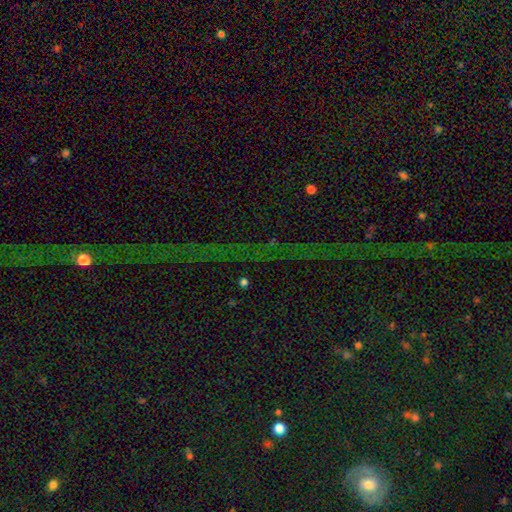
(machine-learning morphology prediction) smooth-or-featured: star or artifact: 76% | featured or disk: 12% | smooth: 12%